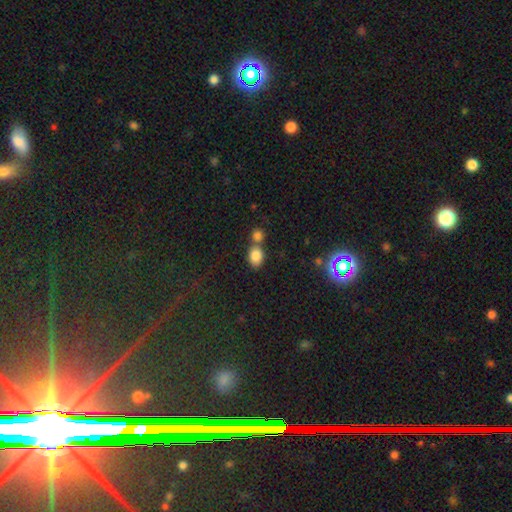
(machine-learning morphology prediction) This is clearly a smooth galaxy (84%). How rounded: likely in between (66%). Merging: possibly none (49%).